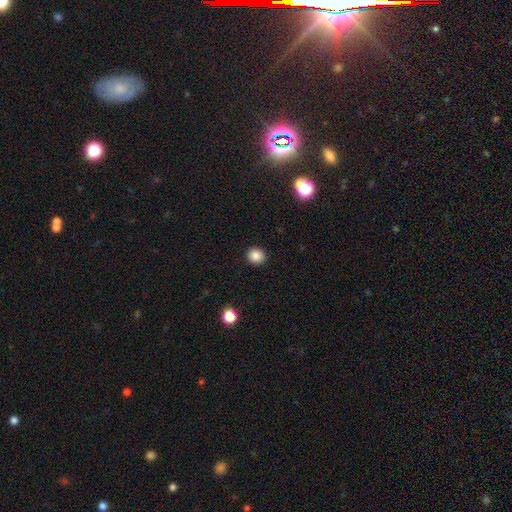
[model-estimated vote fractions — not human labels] A smooth galaxy with no disk features (86%) that is round (89%). Merging: none (92%).